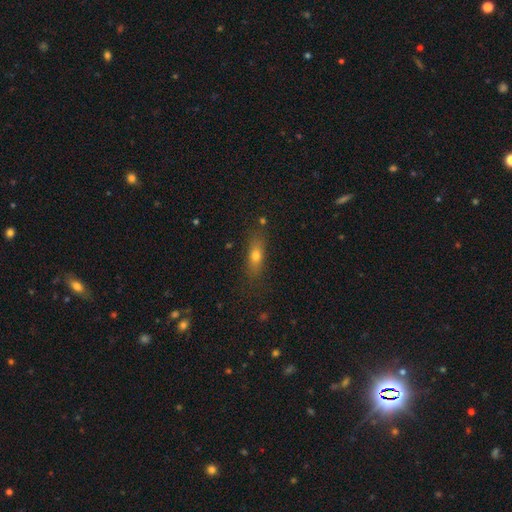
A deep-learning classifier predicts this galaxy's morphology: Smooth or featured?
  - smooth: 67% *
  - featured or disk: 22%
  - star or artifact: 11%
How rounded?
  - in between: 53% *
  - cigar-shaped: 40%
  - round: 7%
Merging?
  - none: 78% *
  - minor disturbance: 15%
  - major disturbance: 5%
  - merger: 2%